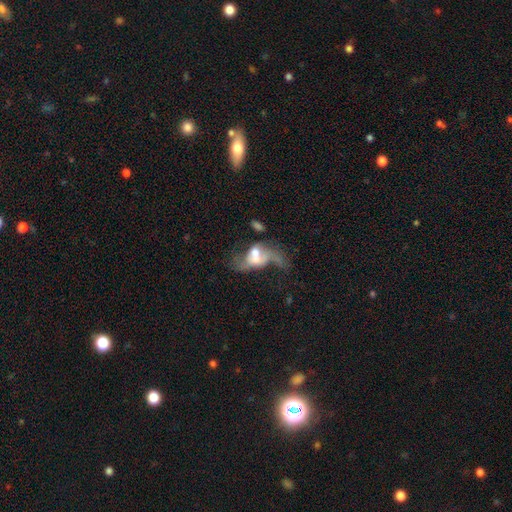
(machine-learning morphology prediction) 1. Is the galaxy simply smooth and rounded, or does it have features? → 58% featured or disk, 32% smooth, 10% star or artifact.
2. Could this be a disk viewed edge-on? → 95% no, 5% yes.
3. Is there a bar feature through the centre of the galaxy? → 58% no, 31% weak, 11% strong.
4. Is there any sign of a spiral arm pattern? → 54% yes, 46% no.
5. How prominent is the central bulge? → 42% moderate, 22% large, 19% small, 13% none, 4% dominant.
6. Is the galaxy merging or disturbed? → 45% merger, 30% major disturbance, 15% none, 10% minor disturbance.